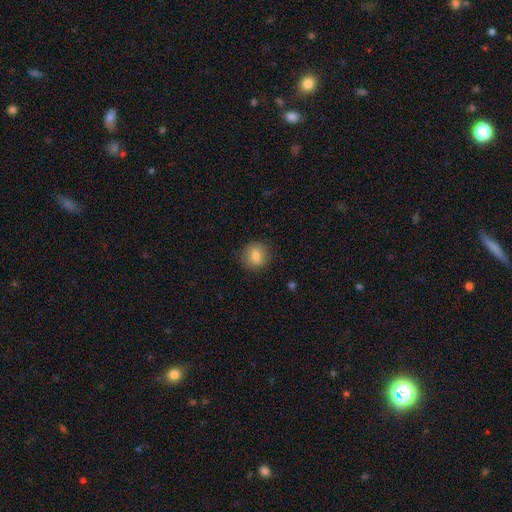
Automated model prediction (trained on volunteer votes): The model was most divided on "how rounded": round: 84%, in between: 15%, cigar-shaped: 1%. More confident: merging — none (87%); smooth or featured — smooth (82%).